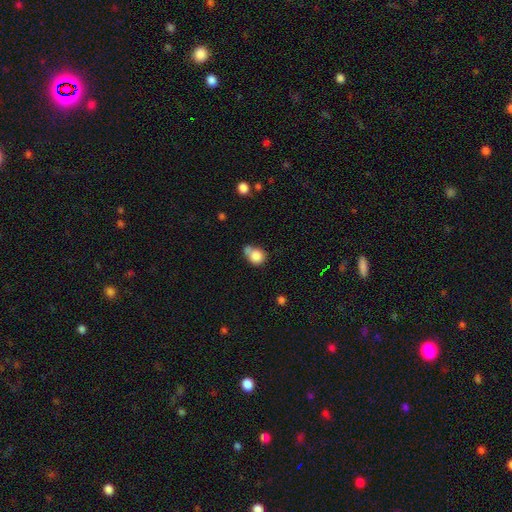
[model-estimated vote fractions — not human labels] This is clearly a smooth galaxy (83%). How rounded: likely round (75%). Merging: marginally none (42%).